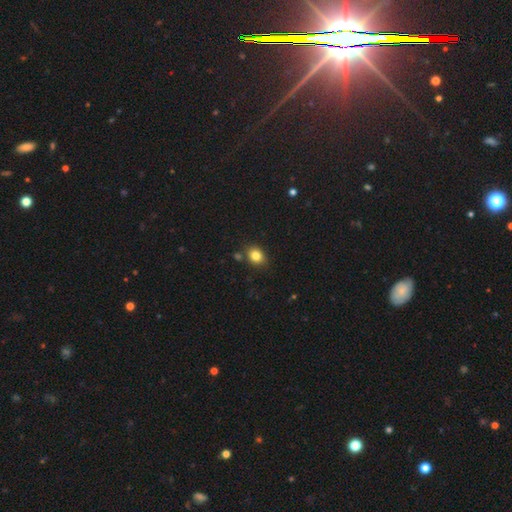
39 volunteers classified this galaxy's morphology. This is clearly a smooth galaxy (90%). How rounded: possibly in between (51%). Merging: clearly none (82%).